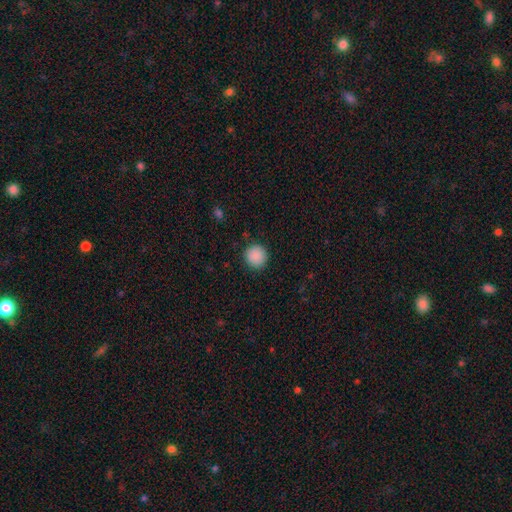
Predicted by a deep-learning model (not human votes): This is clearly a smooth galaxy (89%). How rounded: clearly round (93%). Merging: clearly none (90%).